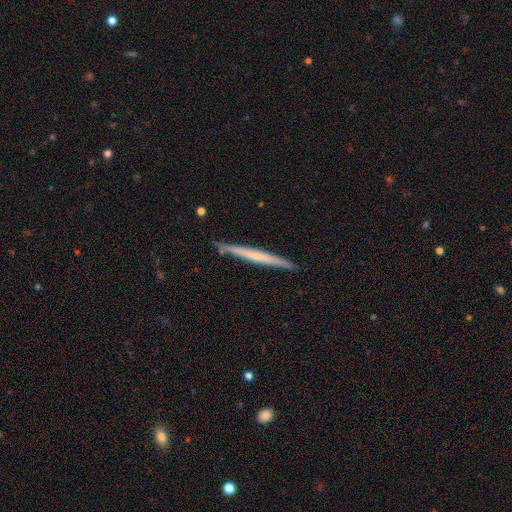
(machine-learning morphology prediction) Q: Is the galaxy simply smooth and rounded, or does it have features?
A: featured or disk — 51%.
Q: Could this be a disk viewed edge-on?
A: yes — 97%.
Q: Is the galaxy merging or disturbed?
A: none — 90%.